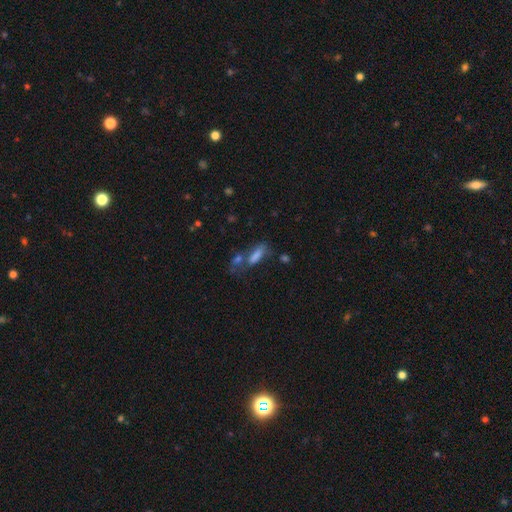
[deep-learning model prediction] Overall: smooth (69%). How rounded: cigar-shaped (53%; in between 44%). Merging: none (46%; merger 26%).